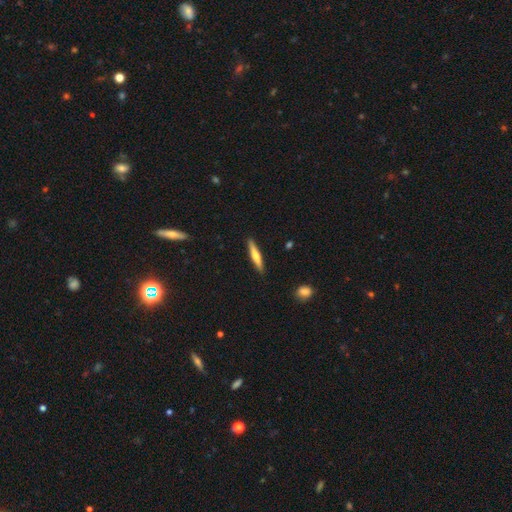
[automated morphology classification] Smooth or featured? Predicted: smooth (p=0.54). How rounded? Predicted: cigar-shaped (p=0.90). Merging? Predicted: none (p=0.90).